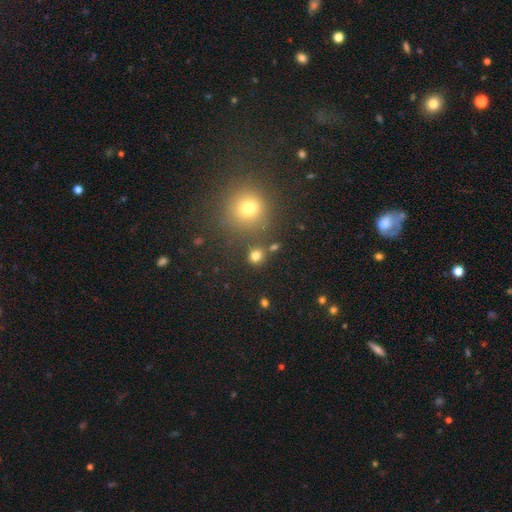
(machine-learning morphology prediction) Smooth or featured? Predicted: smooth (p=0.77). How rounded? Predicted: round (p=0.87). Merging? Predicted: none (p=0.80).